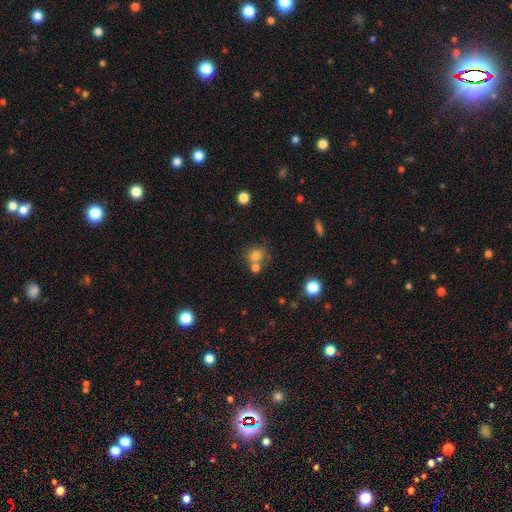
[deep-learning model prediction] Smooth or featured: smooth — 77% (star or artifact — 14%)
How rounded: round — 83% (in between — 16%)
Merging: none — 54% (merger — 32%)